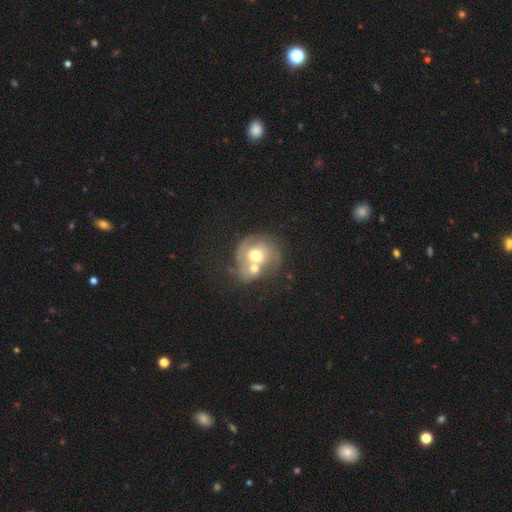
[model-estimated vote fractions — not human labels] Smooth or featured: featured or disk — 51% (smooth — 42%)
Edge-on disk: no — 97% (yes — 3%)
Merging: merger — 68% (none — 17%)